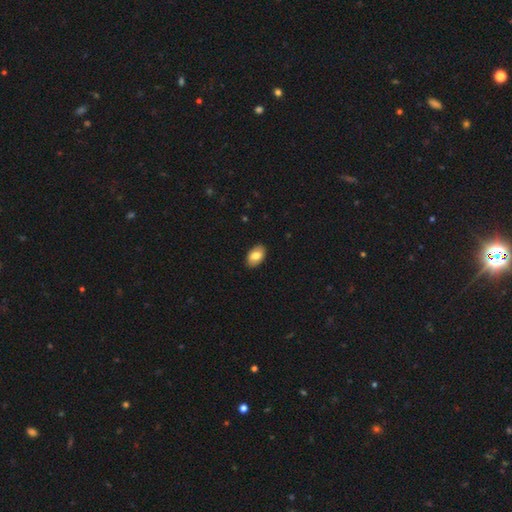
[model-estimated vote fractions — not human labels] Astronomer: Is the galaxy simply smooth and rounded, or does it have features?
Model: smooth — 81%.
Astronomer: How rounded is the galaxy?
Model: in between — 91%.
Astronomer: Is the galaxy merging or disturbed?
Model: none — 89%.